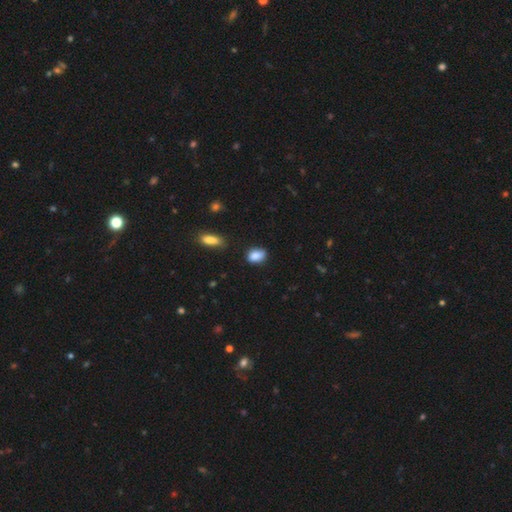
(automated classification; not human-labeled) A smooth galaxy with no disk features (87%) that is in between round and cigar-shaped (78%).

Vote fractions:
- Smooth or featured? smooth: 87% / star or artifact: 8% / featured or disk: 5%
- How rounded? in between: 78% / round: 20% / cigar-shaped: 2%
- Merging? none: 72% / minor disturbance: 22% / major disturbance: 4% / merger: 3%